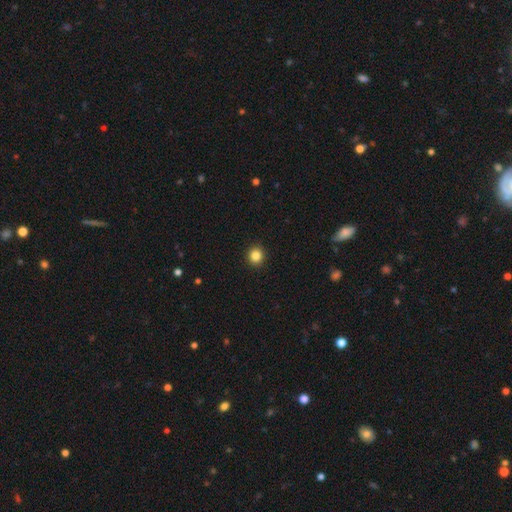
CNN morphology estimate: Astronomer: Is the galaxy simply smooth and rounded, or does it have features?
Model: smooth — 85%.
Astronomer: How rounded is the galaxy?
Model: round — 90%.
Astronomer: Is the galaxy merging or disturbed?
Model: none — 93%.